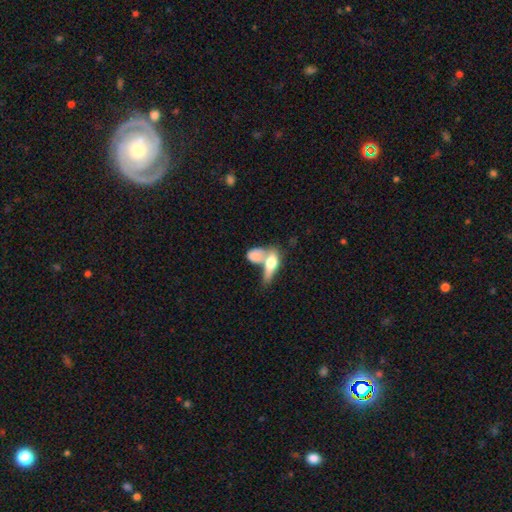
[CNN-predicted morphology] Overall: smooth (65%; featured or disk 28%). How rounded: in between (73%). Merging: merger (60%).